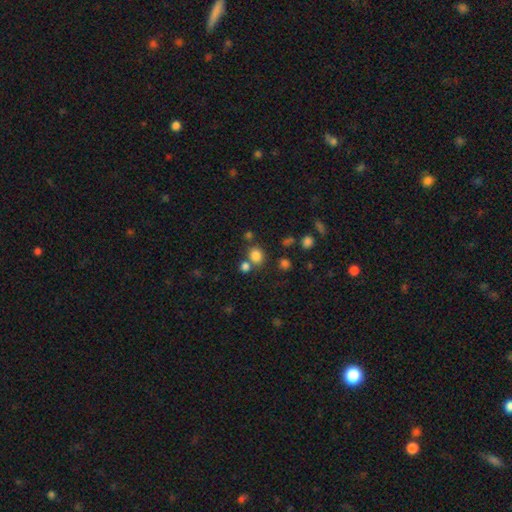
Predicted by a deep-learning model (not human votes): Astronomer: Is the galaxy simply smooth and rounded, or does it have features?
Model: smooth — 80%.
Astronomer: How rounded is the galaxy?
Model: round — 64%.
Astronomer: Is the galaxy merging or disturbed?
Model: none — 65%.